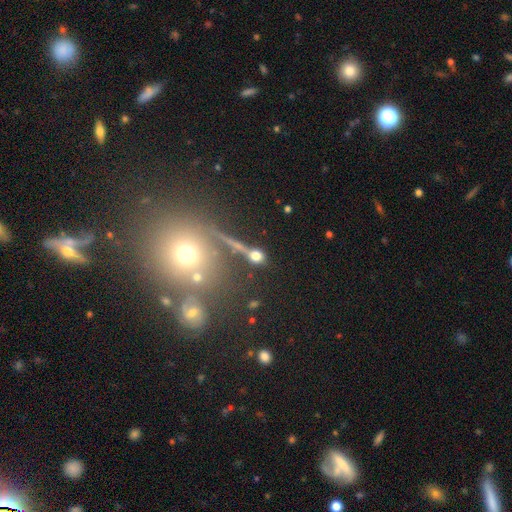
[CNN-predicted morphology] The model was most divided on "merging": none: 59%, merger: 19%, minor disturbance: 13%, major disturbance: 9%. More confident: how rounded — round (69%); smooth or featured — smooth (67%).